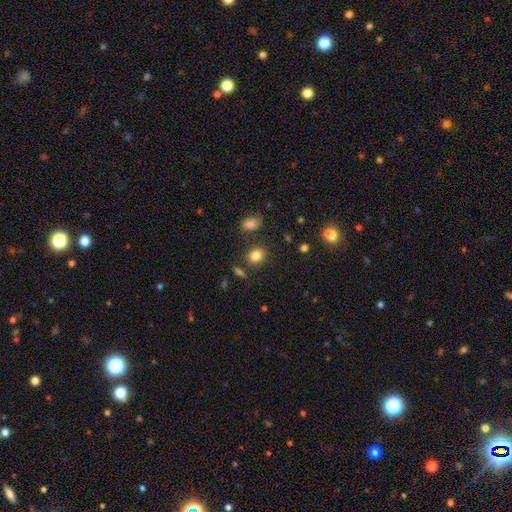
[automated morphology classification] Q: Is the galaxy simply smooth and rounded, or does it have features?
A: smooth — 82%.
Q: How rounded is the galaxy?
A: round — 63%.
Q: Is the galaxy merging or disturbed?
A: none — 82%.